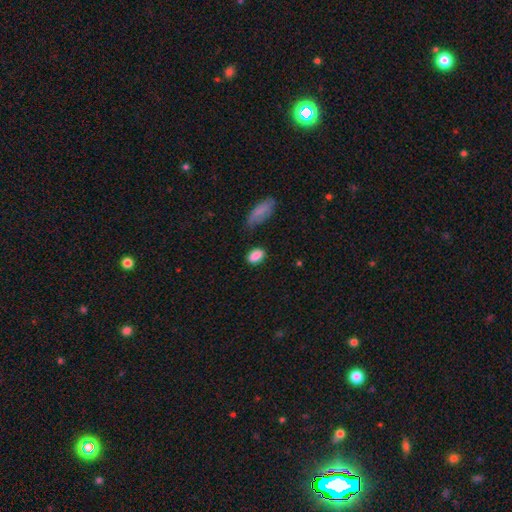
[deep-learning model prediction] A smooth galaxy with no disk features (88%) that is in between round and cigar-shaped (90%). Merging: none (77%).